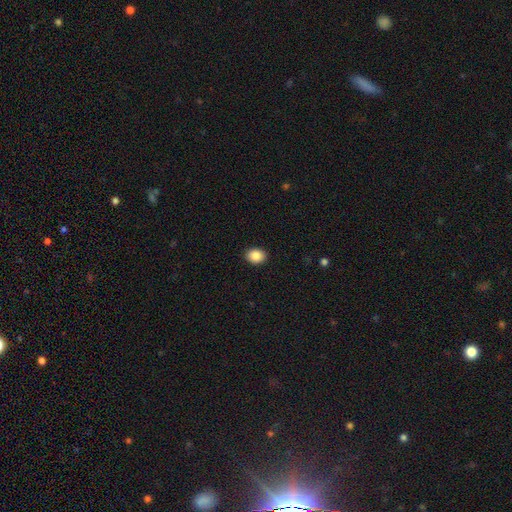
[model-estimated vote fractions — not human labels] Smooth or featured: smooth — 88% (star or artifact — 8%)
How rounded: in between — 52% (round — 47%)
Merging: none — 91% (minor disturbance — 6%)